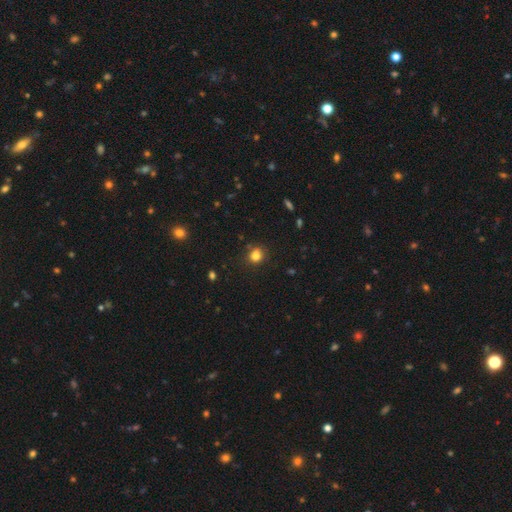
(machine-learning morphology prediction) This appears to be a smooth galaxy with no disk features (81%) that is round (76%). Merging: none (78%).